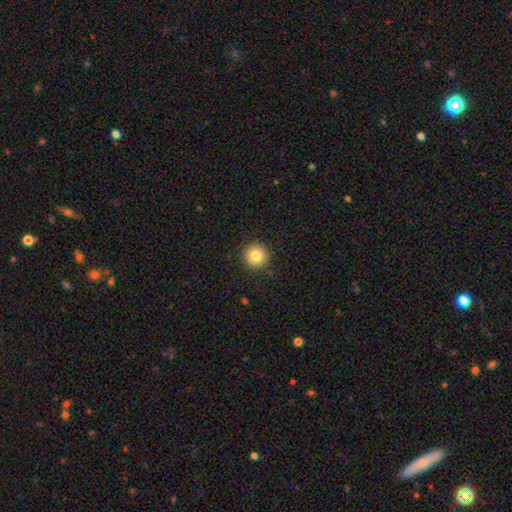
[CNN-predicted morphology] A smooth galaxy with no disk features (83%) that is round (96%). Merging: none (92%).